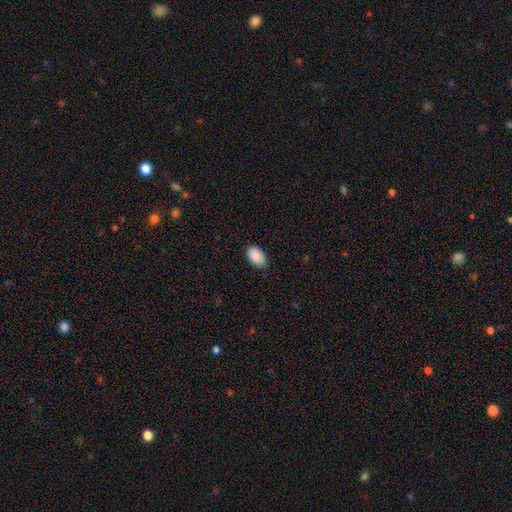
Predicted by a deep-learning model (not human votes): The model was most divided on "merging": none: 77%, minor disturbance: 19%, major disturbance: 3%, merger: 1%. More confident: how rounded — in between (93%); smooth or featured — smooth (90%).